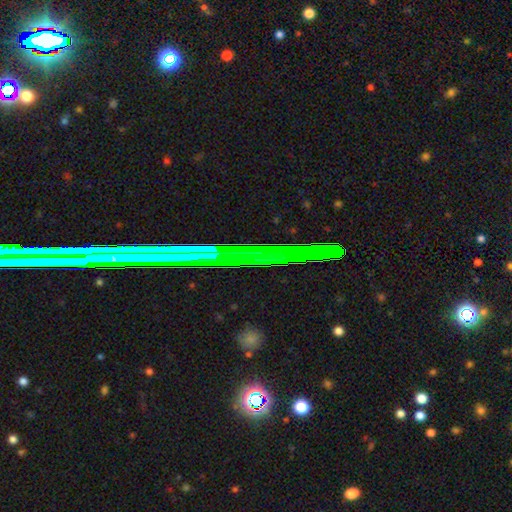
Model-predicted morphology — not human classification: Q: Smooth or featured?
A: star or artifact (49%); runner-up: featured or disk (33%)